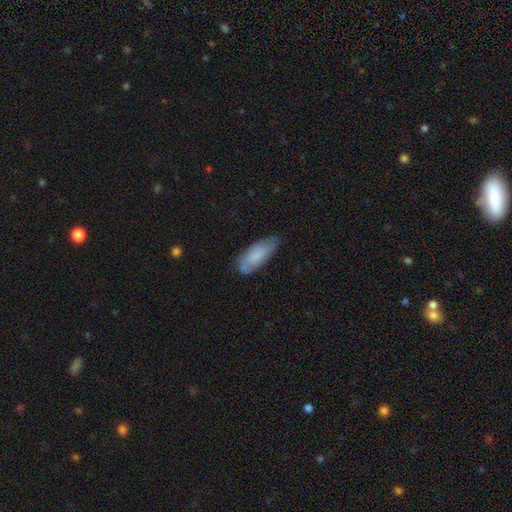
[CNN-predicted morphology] smooth_or_featured: smooth (p=0.71) [alt: featured or disk p=0.23]
how_rounded: in between (p=0.73) [alt: cigar-shaped p=0.26]
merging: none (p=0.62) [alt: minor disturbance p=0.30]